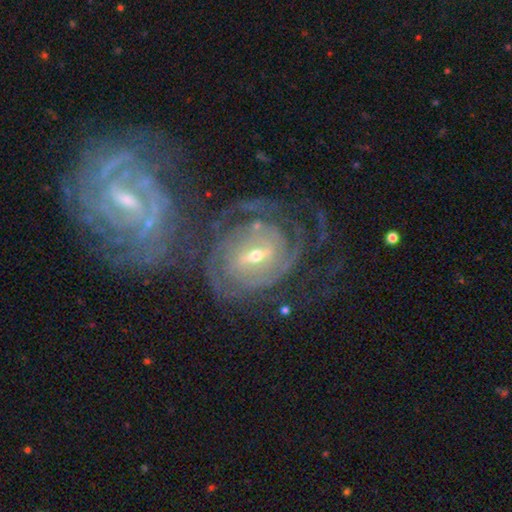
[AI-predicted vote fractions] Smooth or featured? Predicted: featured or disk (p=0.88). Edge-on disk? Predicted: no (p=0.96). Bar? Predicted: weak (p=0.48). Spiral arms? Predicted: yes (p=0.95). Spiral winding? Predicted: tight (p=0.69). Spiral arm count? Predicted: can't tell (p=0.33). Bulge size? Predicted: small (p=0.55). Merging? Predicted: none (p=0.40).